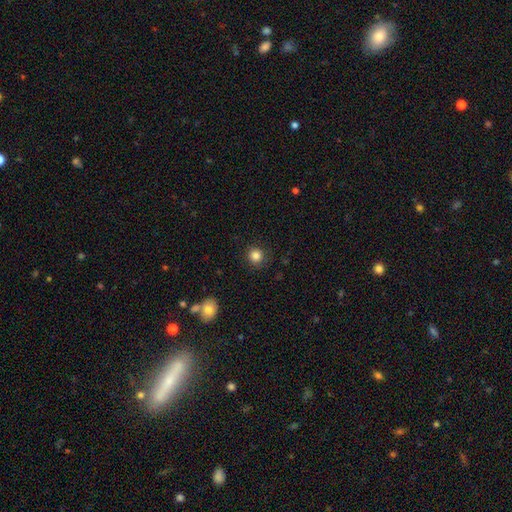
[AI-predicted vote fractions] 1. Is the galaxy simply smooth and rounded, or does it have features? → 84% smooth, 11% star or artifact, 4% featured or disk.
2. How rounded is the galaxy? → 92% round, 7% in between, 1% cigar-shaped.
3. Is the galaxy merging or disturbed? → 88% none, 8% minor disturbance, 3% major disturbance, 1% merger.